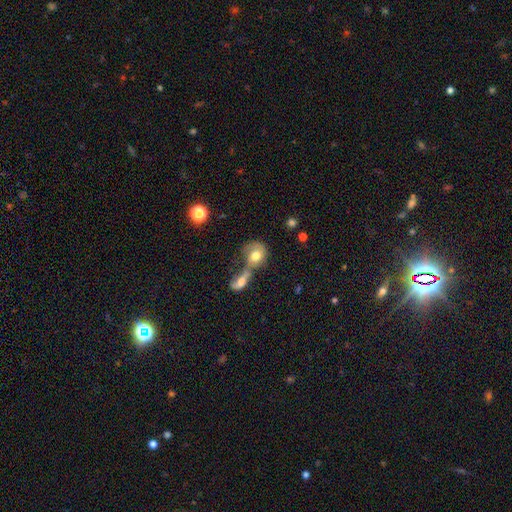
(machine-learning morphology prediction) The model was most divided on "how rounded": round: 59%, in between: 39%, cigar-shaped: 2%. More confident: merging — merger (65%); smooth or featured — smooth (57%).